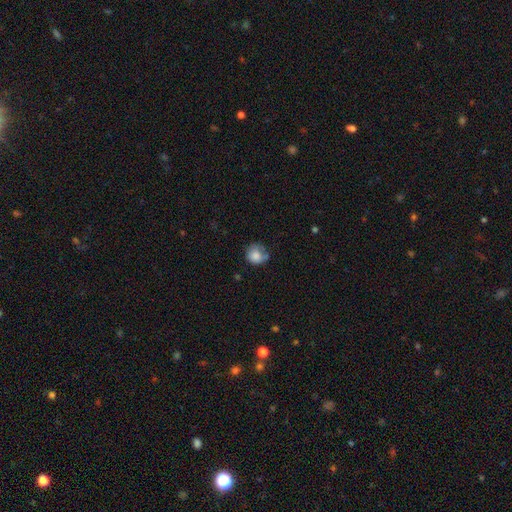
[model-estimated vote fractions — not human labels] smooth_or_featured: smooth (p=0.79) [alt: featured or disk p=0.12]
how_rounded: round (p=0.81) [alt: in between p=0.18]
merging: none (p=0.49) [alt: minor disturbance p=0.32]